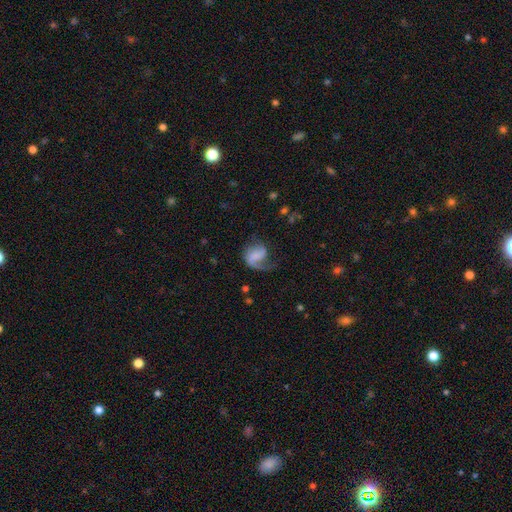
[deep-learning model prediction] A featured or disk galaxy (65%) with no bar (49%), 1 (65%) loose (49%) spiral arms (91%) and no central bulge (56%). Merging: none (39%).